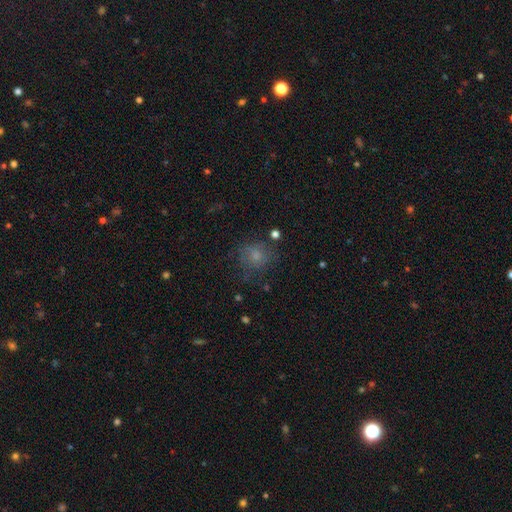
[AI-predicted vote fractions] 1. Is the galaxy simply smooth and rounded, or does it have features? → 69% smooth, 17% star or artifact, 14% featured or disk.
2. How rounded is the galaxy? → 81% round, 18% in between, 1% cigar-shaped.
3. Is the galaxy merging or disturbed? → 66% none, 19% minor disturbance, 12% major disturbance, 3% merger.